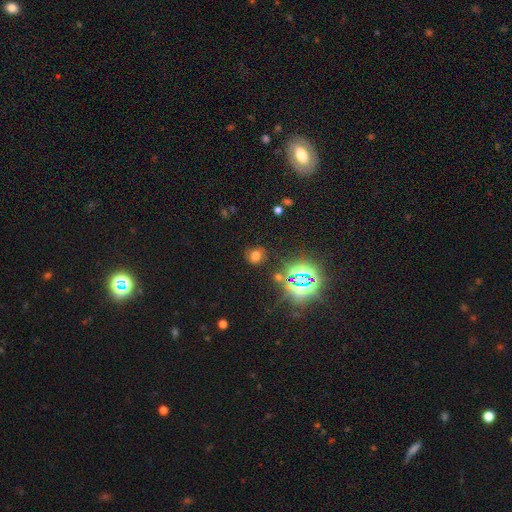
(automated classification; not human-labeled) Smooth or featured?
  - smooth: 56% *
  - star or artifact: 34%
  - featured or disk: 9%
How rounded?
  - round: 65% *
  - in between: 33%
  - cigar-shaped: 1%
Merging?
  - none: 78% *
  - minor disturbance: 13%
  - major disturbance: 5%
  - merger: 3%